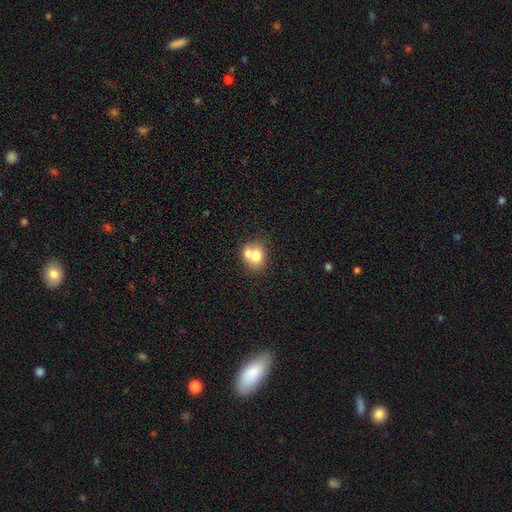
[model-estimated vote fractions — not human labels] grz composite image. It shows a smooth galaxy with no disk features (71%) that is round (59%). Merging: merger (57%).